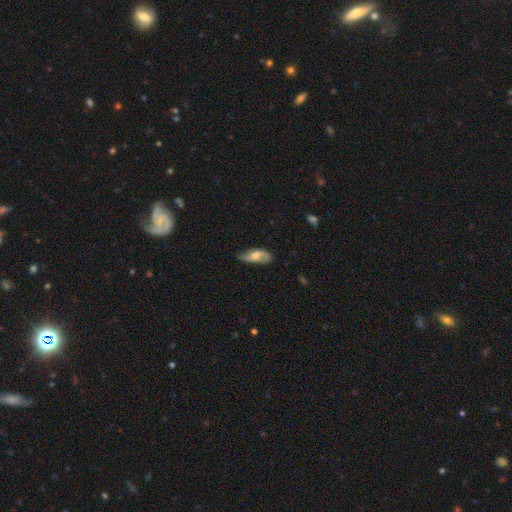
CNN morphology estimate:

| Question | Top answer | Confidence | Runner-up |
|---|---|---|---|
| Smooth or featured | smooth | 56% | featured or disk (38%) |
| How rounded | in between | 76% | cigar-shaped (21%) |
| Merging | none | 64% | minor disturbance (29%) |